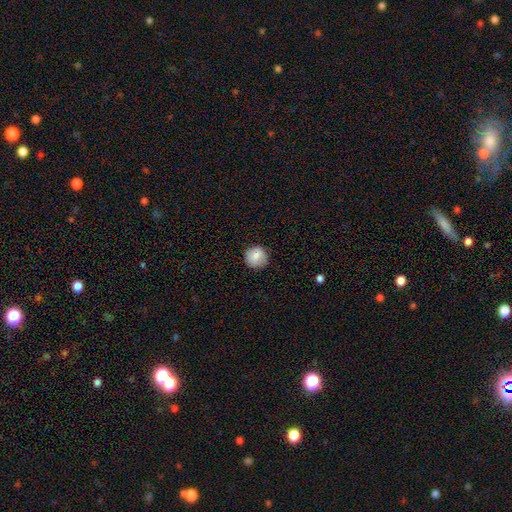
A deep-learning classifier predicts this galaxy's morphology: The model was most divided on "merging": none: 83%, minor disturbance: 13%, major disturbance: 3%, merger: 1%. More confident: how rounded — round (93%); smooth or featured — smooth (83%).